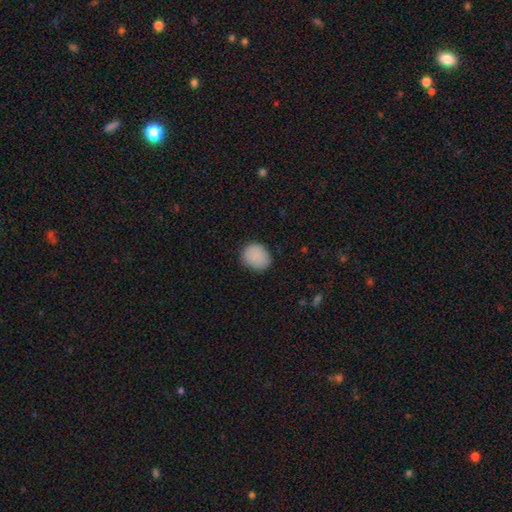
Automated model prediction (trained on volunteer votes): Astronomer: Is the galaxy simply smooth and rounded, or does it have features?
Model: smooth — 88%.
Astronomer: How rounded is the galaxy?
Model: round — 69%.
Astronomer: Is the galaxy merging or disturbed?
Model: none — 82%.